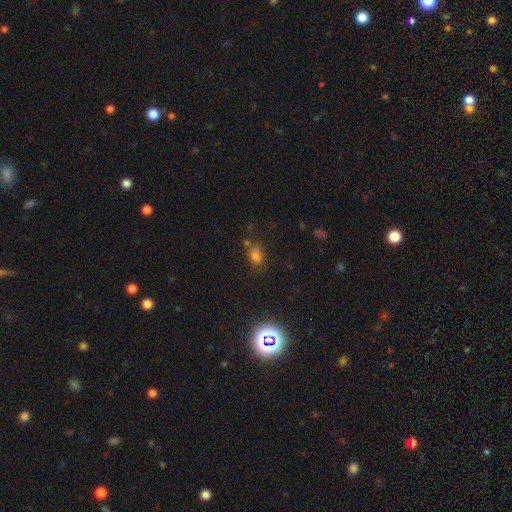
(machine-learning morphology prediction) smooth-or-featured: smooth: 62% | star or artifact: 29% | featured or disk: 9%
  how-rounded: in between: 69% | round: 28% | cigar-shaped: 3%
  merging: none: 65% | minor disturbance: 17% | merger: 11% | major disturbance: 7%